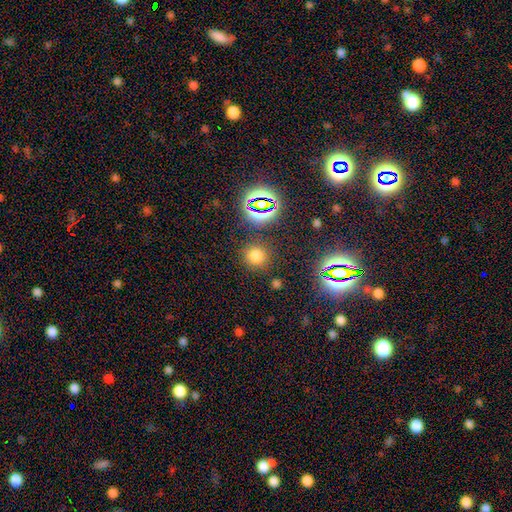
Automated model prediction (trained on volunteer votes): smooth-or-featured: smooth: 70% | star or artifact: 24% | featured or disk: 6%
  how-rounded: round: 91% | in between: 8% | cigar-shaped: 1%
  merging: none: 86% | minor disturbance: 8% | major disturbance: 3% | merger: 3%